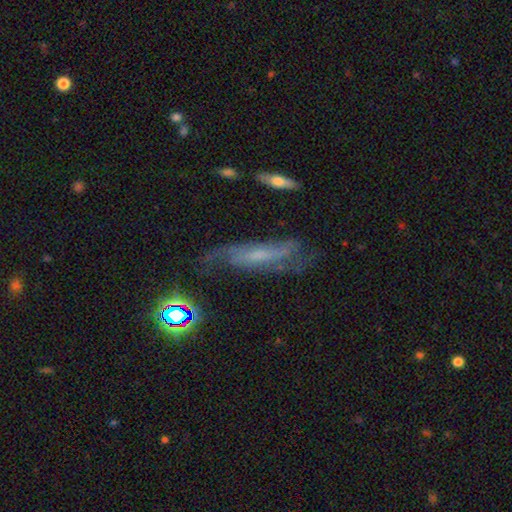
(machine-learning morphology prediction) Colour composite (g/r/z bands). It shows a featured or disk galaxy (65%). Merging: none (57%).